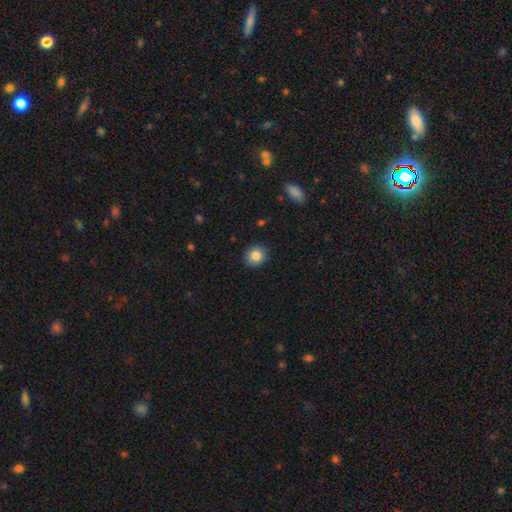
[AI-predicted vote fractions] smooth 85%, star or artifact 9%, featured or disk 6%. Down the decision tree: how rounded — round (82%); merging — none (90%).